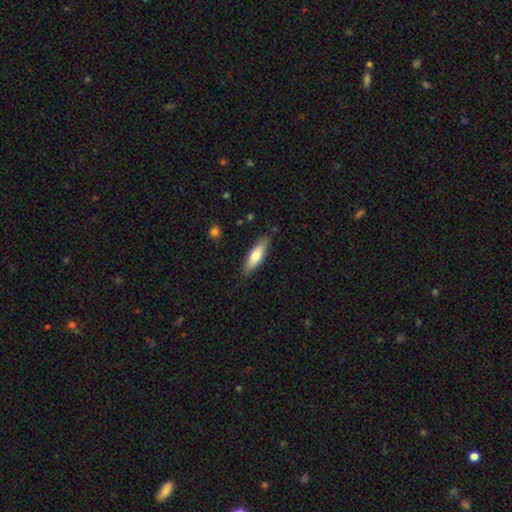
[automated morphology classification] Smooth or featured? Predicted: smooth (p=0.67). How rounded? Predicted: cigar-shaped (p=0.51). Merging? Predicted: none (p=0.84).